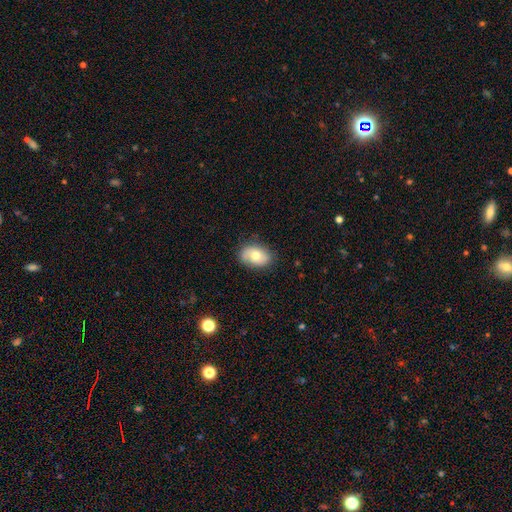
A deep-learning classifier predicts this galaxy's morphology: This appears to be a smooth galaxy with no disk features (61%) that is in between round and cigar-shaped (79%). Merging: none (79%).